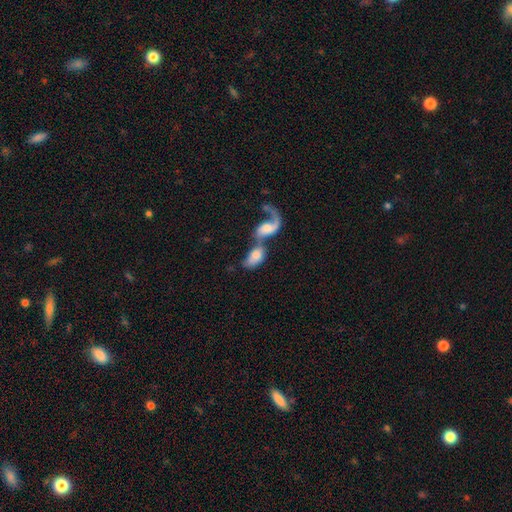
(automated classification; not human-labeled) A smooth galaxy with no disk features (56%) that is in between round and cigar-shaped (87%). Merging: merger (75%).